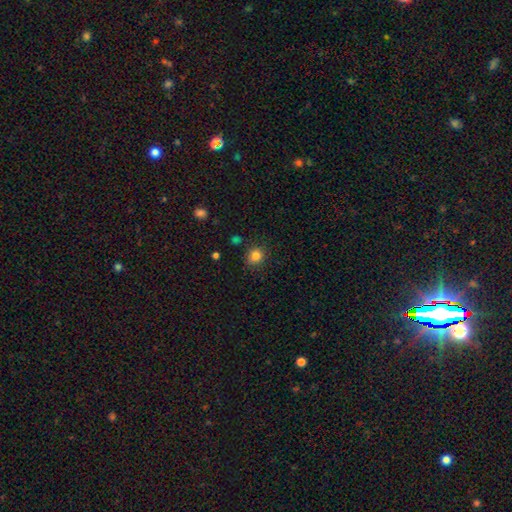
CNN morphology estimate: The model was most divided on "how rounded": round: 81%, in between: 18%, cigar-shaped: 1%. More confident: merging — none (83%); smooth or featured — smooth (83%).